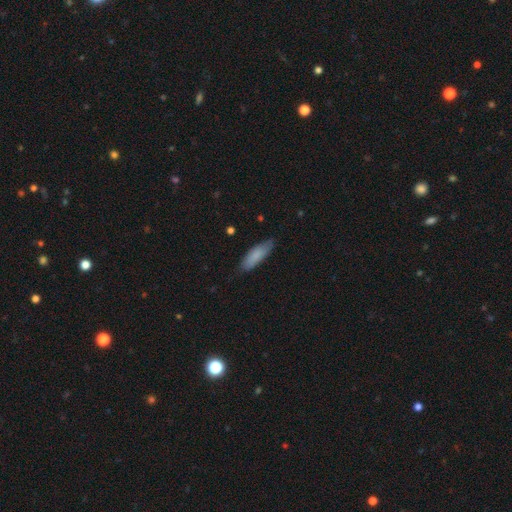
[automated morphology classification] Smooth or featured? Predicted: smooth (p=0.84). How rounded? Predicted: in between (p=0.50). Merging? Predicted: none (p=0.80).